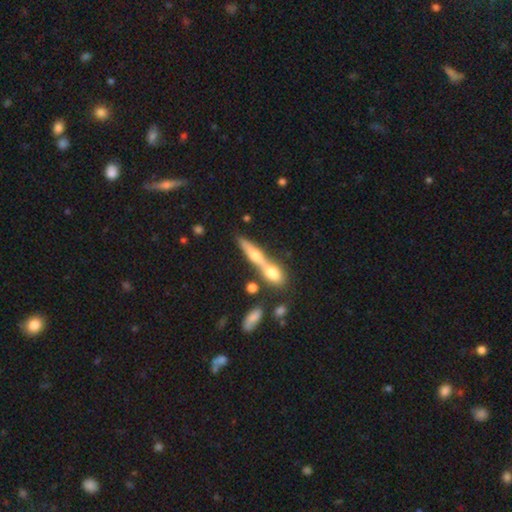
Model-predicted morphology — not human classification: Smooth or featured? featured or disk (59%)
Edge-on disk? yes (88%)
Edge-on bulge? rounded (89%)
Merging? none (49%)